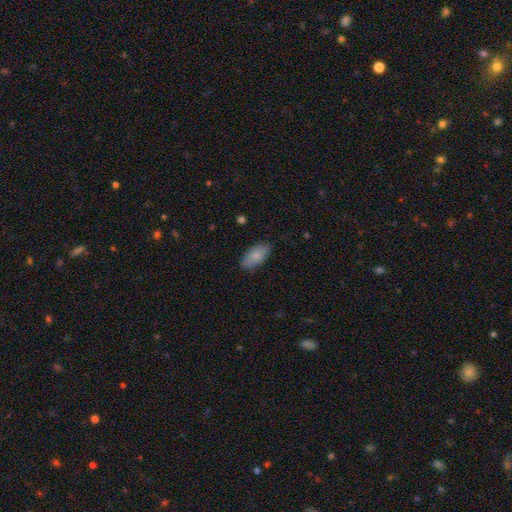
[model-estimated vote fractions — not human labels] This is clearly a smooth galaxy (83%). How rounded: clearly in between (91%). Merging: clearly none (84%).